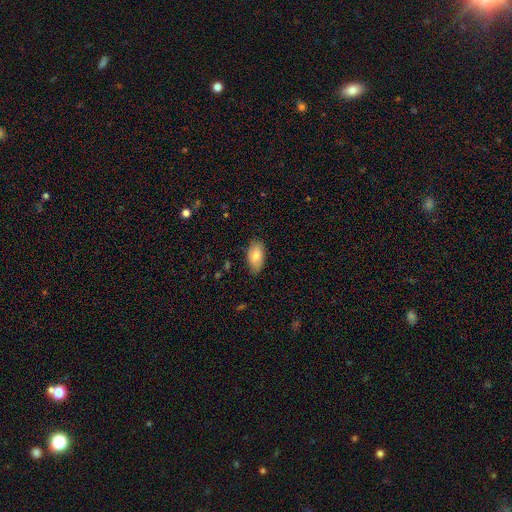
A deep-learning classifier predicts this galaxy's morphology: smooth_or_featured: smooth (p=0.80) [alt: featured or disk p=0.14]
how_rounded: in between (p=0.94) [alt: round p=0.03]
merging: none (p=0.79) [alt: minor disturbance p=0.18]